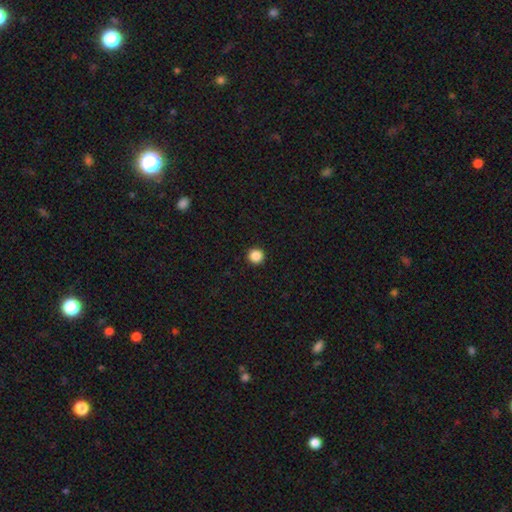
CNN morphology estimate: type=smooth (87%); roundness=round (96%); merging=none (94%).